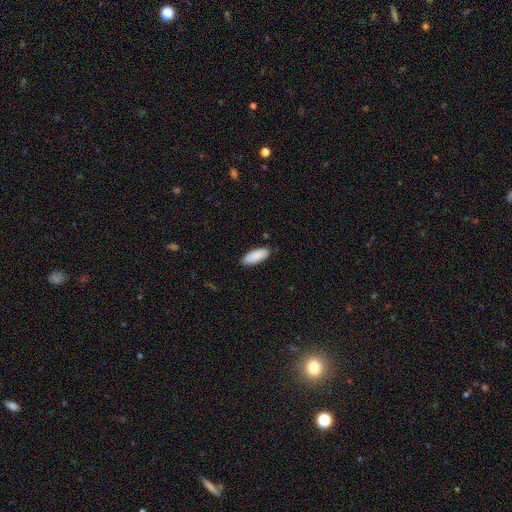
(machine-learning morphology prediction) The model was most divided on "how rounded": in between: 78%, cigar-shaped: 20%, round: 1%. More confident: smooth or featured — smooth (91%); merging — none (88%).